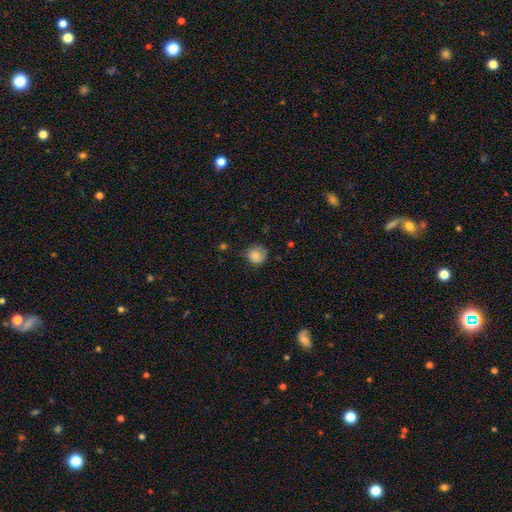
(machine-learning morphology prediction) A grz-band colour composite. It shows a smooth galaxy with no disk features (83%) that is round (85%). Merging: none (64%).